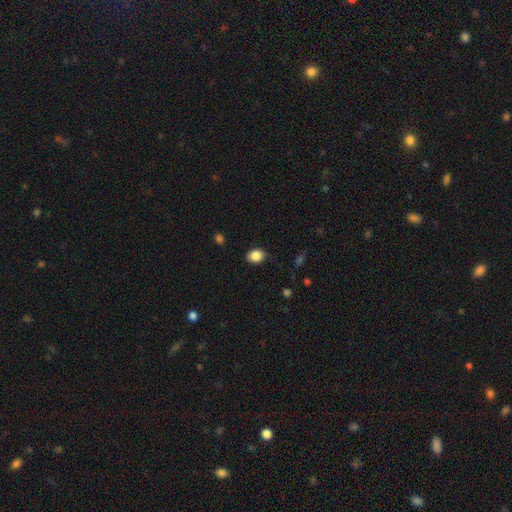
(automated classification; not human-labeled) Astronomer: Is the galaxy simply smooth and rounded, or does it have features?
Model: smooth — 87%.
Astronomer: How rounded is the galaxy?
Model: in between — 52% (runner-up: round, 47%).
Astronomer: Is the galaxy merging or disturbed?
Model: none — 84%.